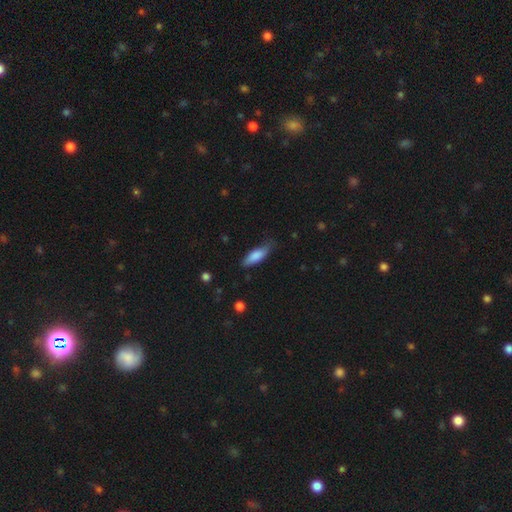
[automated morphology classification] smooth 82%, featured or disk 13%, star or artifact 6%. Down the decision tree: how rounded — in between (59%); merging — none (68%).